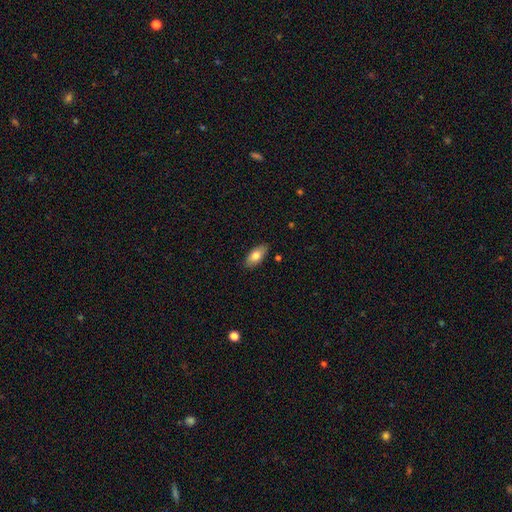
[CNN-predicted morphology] Smooth or featured? Predicted: smooth (p=0.77). How rounded? Predicted: in between (p=0.89). Merging? Predicted: none (p=0.85).